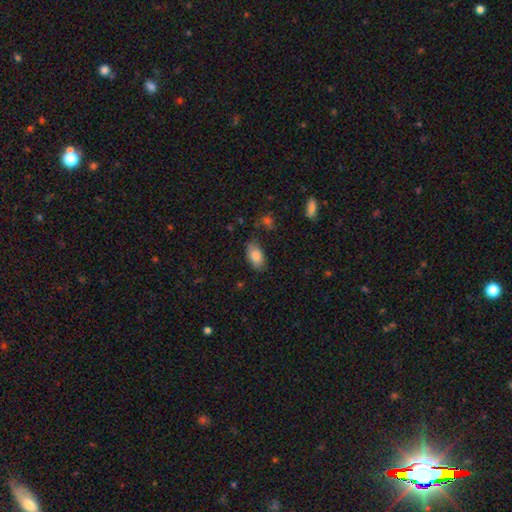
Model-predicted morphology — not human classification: This appears to be a smooth galaxy with no disk features (84%) that is in between round and cigar-shaped (93%). Merging: none (79%).